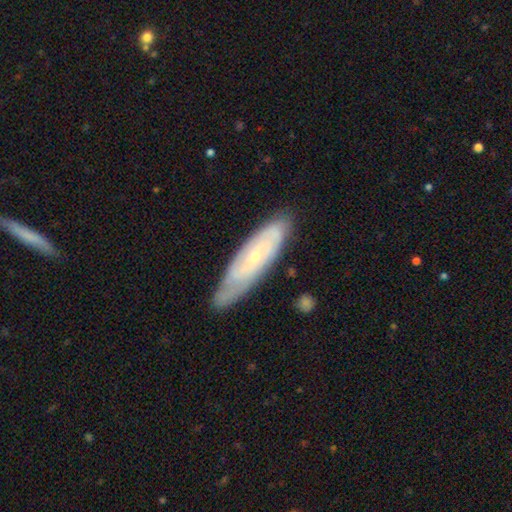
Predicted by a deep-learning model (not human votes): Overall: featured or disk (66%; smooth 28%). Edge-on disk: no (74%). Merging: none (78%).